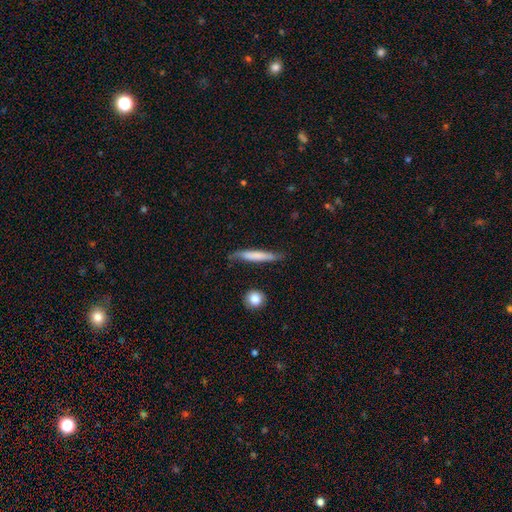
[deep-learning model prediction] Smooth or featured?
  - smooth: 68% *
  - featured or disk: 26%
  - star or artifact: 6%
How rounded?
  - cigar-shaped: 92% *
  - in between: 6%
  - round: 2%
Merging?
  - none: 74% *
  - minor disturbance: 20%
  - major disturbance: 4%
  - merger: 2%